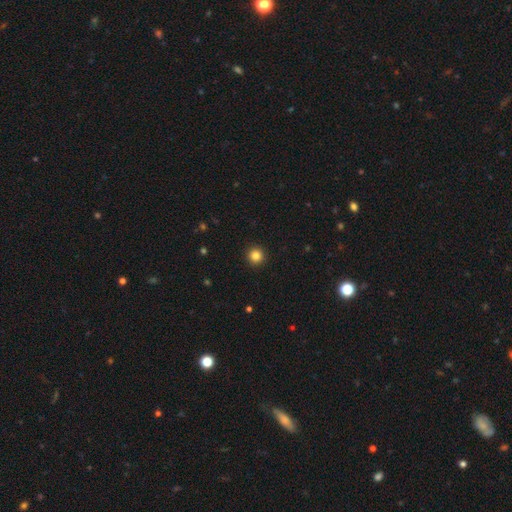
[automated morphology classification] This appears to be a smooth galaxy with no disk features (84%) that is round (96%). Merging: none (94%).